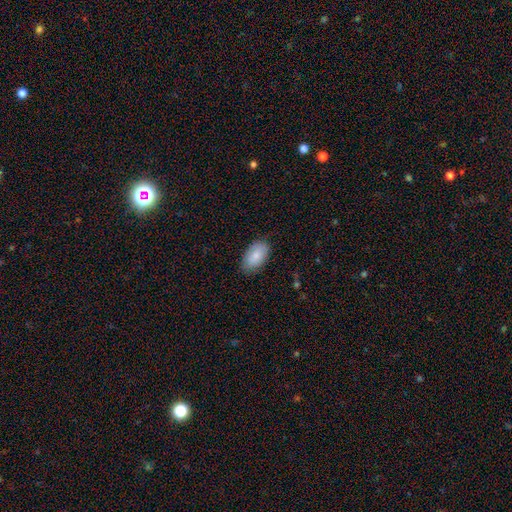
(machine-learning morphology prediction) smooth_or_featured: smooth (p=0.82) [alt: featured or disk p=0.11]
how_rounded: in between (p=0.94) [alt: round p=0.05]
merging: none (p=0.80) [alt: minor disturbance p=0.16]